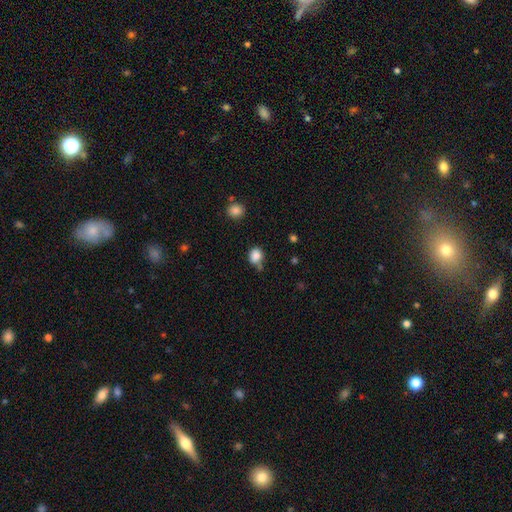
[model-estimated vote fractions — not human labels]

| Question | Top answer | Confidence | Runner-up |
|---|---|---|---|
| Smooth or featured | smooth | 85% | star or artifact (10%) |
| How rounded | round | 62% | in between (37%) |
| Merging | none | 60% | minor disturbance (23%) |